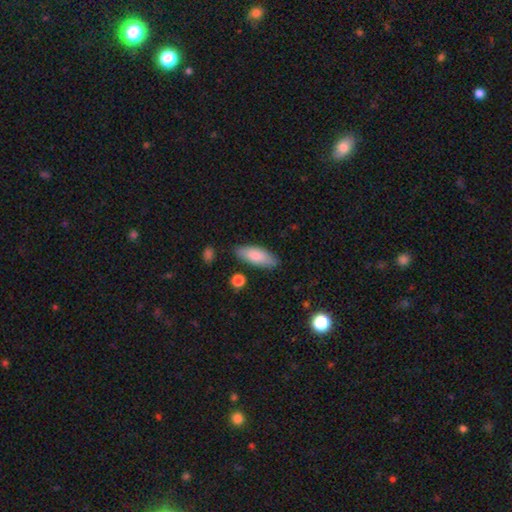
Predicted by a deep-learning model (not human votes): Smooth or featured? smooth (81%)
How rounded? in between (72%)
Merging? none (82%)